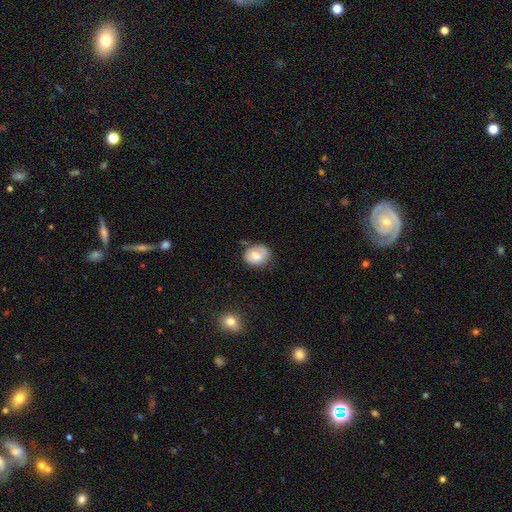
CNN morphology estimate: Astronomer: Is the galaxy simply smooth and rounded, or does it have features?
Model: smooth — 65%.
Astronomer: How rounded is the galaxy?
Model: round — 63%.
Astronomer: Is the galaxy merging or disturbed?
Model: none — 67%.